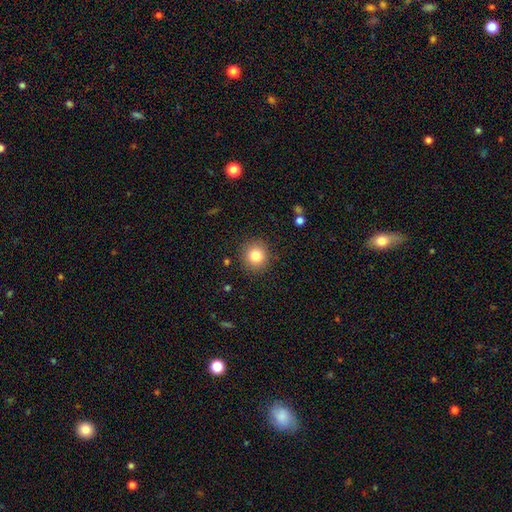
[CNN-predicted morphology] A smooth galaxy with no disk features (82%) that is round (92%). Merging: none (89%).